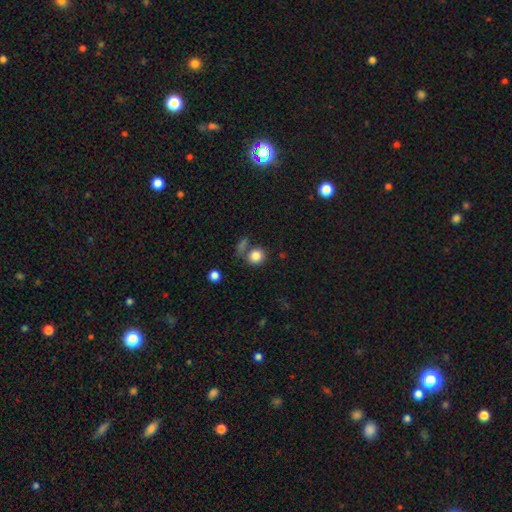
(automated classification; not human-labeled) The model was most divided on "merging": none: 65%, merger: 18%, minor disturbance: 11%, major disturbance: 6%. More confident: smooth or featured — smooth (84%); how rounded — round (83%).